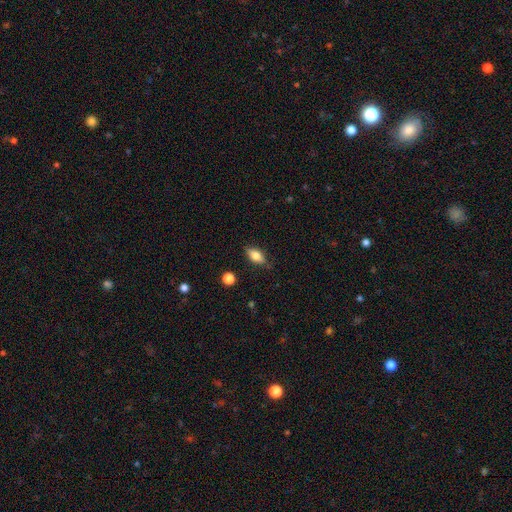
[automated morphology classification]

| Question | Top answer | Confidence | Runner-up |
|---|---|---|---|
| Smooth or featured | smooth | 74% | featured or disk (18%) |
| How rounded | in between | 85% | cigar-shaped (9%) |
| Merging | none | 80% | minor disturbance (15%) |